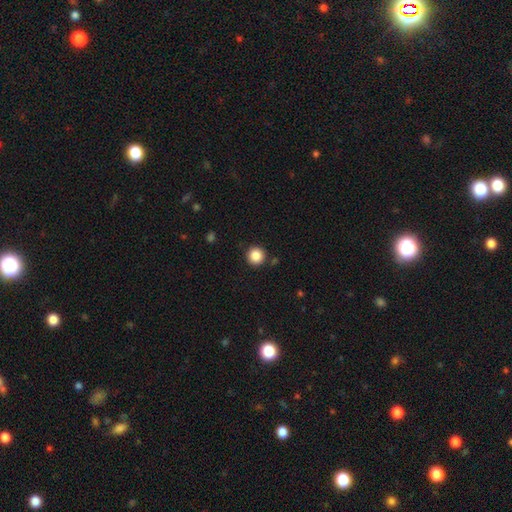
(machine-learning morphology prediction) This is clearly a smooth galaxy (86%). How rounded: clearly round (95%). Merging: clearly none (89%).